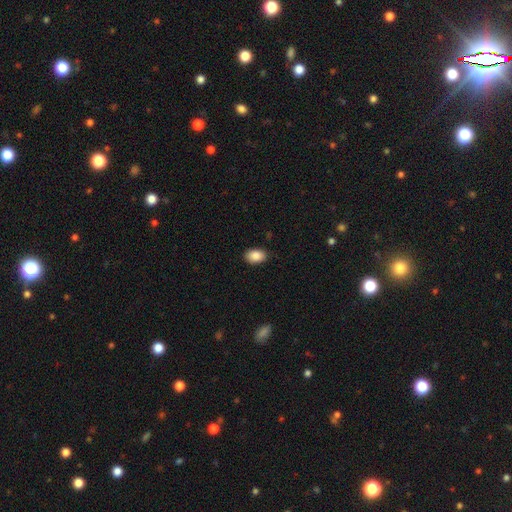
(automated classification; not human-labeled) Overall: smooth (88%). How rounded: in between (86%). Merging: none (85%).